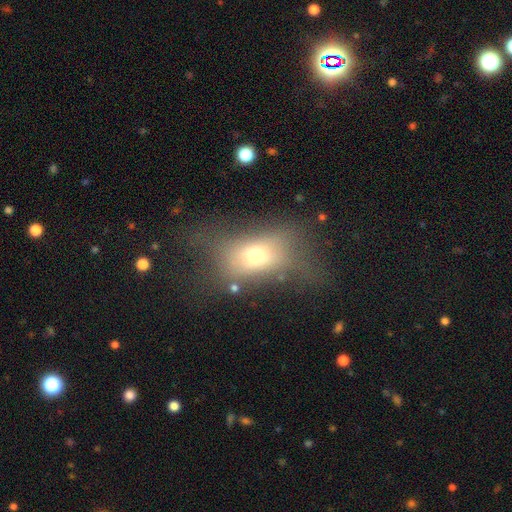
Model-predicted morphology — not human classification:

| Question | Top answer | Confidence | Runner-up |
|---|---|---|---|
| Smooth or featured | smooth | 63% | featured or disk (24%) |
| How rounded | in between | 79% | round (16%) |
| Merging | none | 39% | major disturbance (32%) |